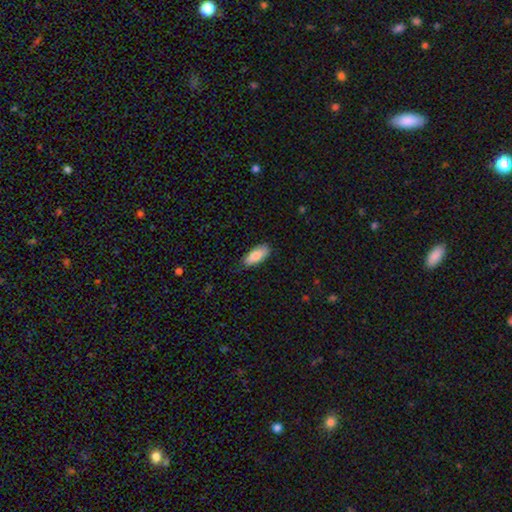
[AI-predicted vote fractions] The model was most divided on "merging": none: 81%, minor disturbance: 16%, major disturbance: 3%, merger: 1%. More confident: smooth or featured — smooth (87%); how rounded — in between (85%).